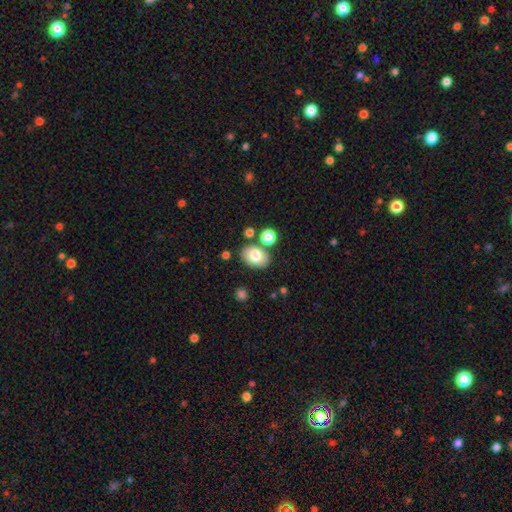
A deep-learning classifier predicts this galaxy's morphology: type=smooth (77%); roundness=in between (78%); merging=none (76%).